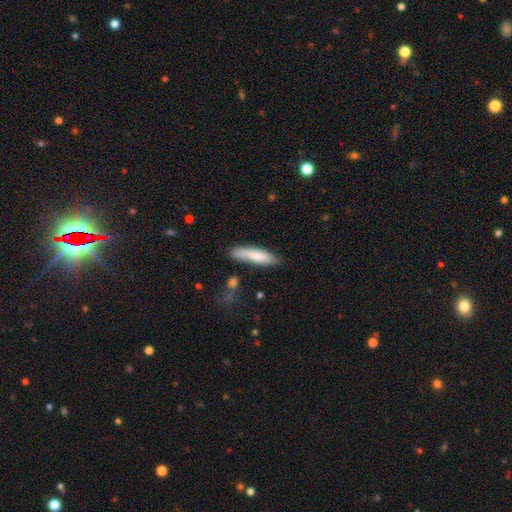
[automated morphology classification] Smooth or featured: smooth — 76% (featured or disk — 18%)
How rounded: cigar-shaped — 73% (in between — 25%)
Merging: none — 69% (minor disturbance — 21%)